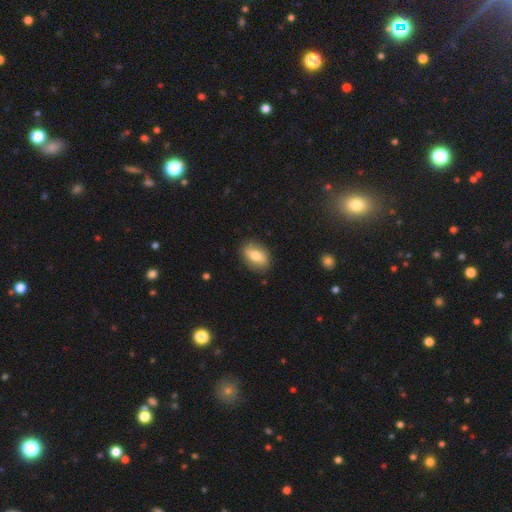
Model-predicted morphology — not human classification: Smooth or featured? Predicted: smooth (p=0.69). How rounded? Predicted: in between (p=0.82). Merging? Predicted: none (p=0.84).